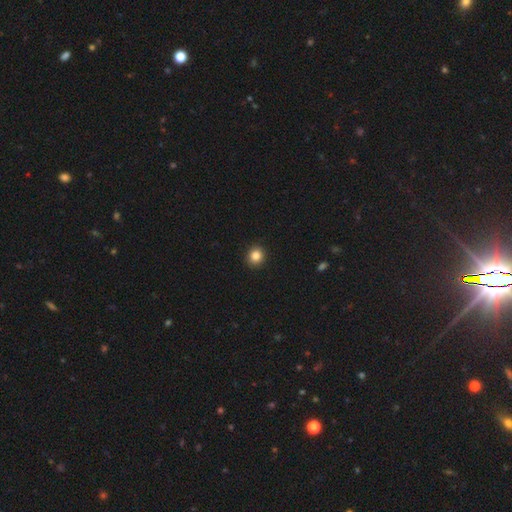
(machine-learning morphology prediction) smooth 85%, star or artifact 10%, featured or disk 5%. Down the decision tree: how rounded — round (85%); merging — none (92%).